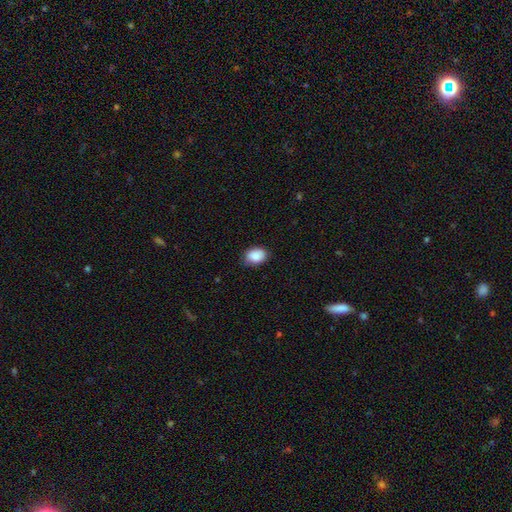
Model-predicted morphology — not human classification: smooth-or-featured: smooth: 89% | star or artifact: 7% | featured or disk: 3%
  how-rounded: in between: 73% | round: 26% | cigar-shaped: 1%
  merging: none: 81% | minor disturbance: 15% | major disturbance: 3% | merger: 1%